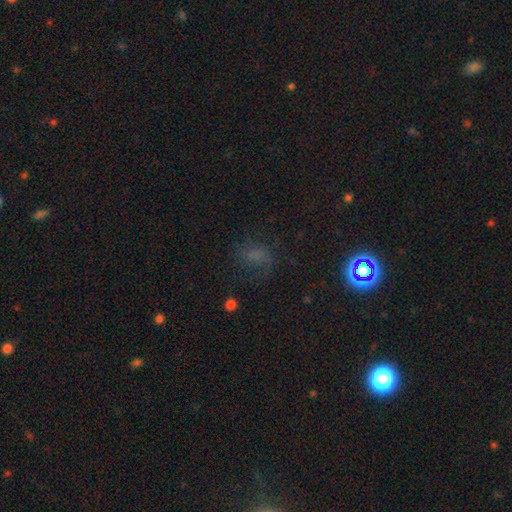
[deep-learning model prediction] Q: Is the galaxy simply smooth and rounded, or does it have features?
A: smooth — 48%.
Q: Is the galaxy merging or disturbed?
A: none — 58%.